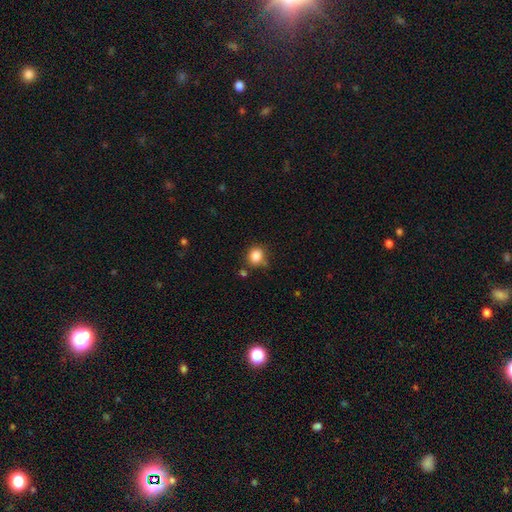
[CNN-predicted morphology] Smooth or featured? Predicted: smooth (p=0.85). How rounded? Predicted: round (p=0.76). Merging? Predicted: none (p=0.75).